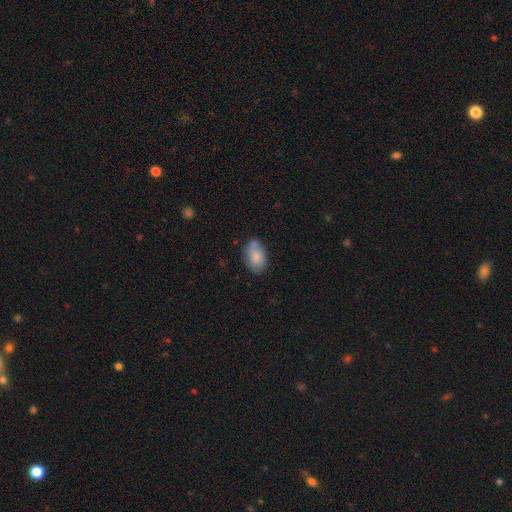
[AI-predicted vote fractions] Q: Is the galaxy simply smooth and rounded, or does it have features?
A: smooth — 81%.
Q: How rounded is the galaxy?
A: in between — 91%.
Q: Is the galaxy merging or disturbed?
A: none — 70%.